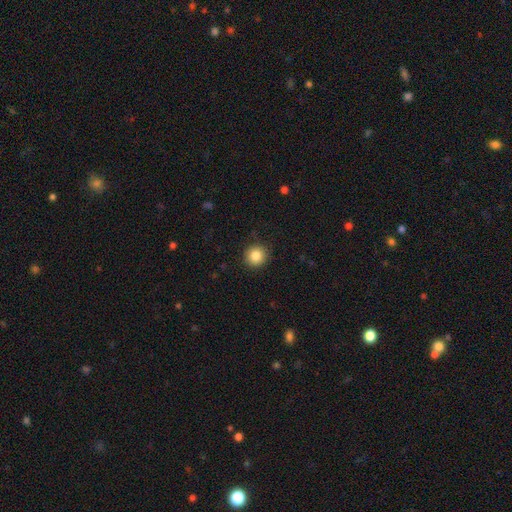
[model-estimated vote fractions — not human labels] This is clearly a smooth galaxy (85%). How rounded: clearly round (94%). Merging: clearly none (91%).